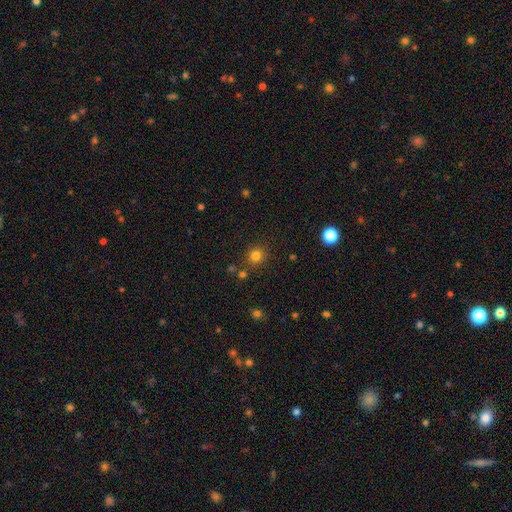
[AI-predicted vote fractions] A smooth galaxy with no disk features (80%) that is round (90%). Merging: none (84%).